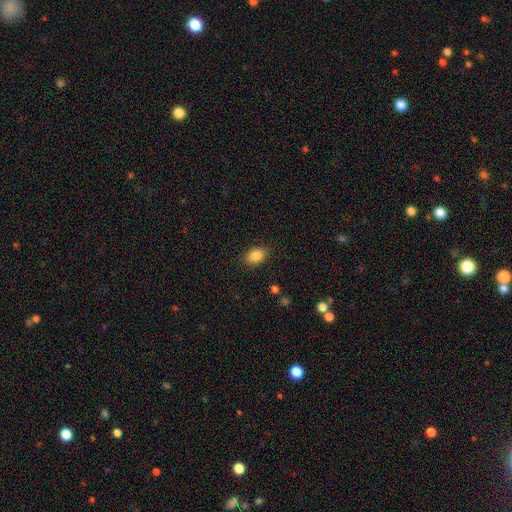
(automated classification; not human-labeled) Smooth or featured? smooth (85%)
How rounded? in between (78%)
Merging? none (85%)